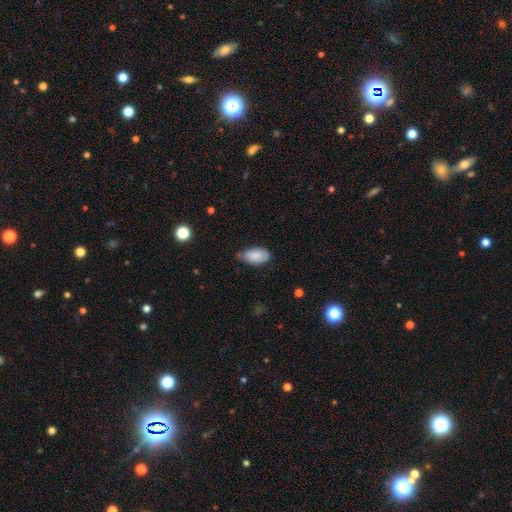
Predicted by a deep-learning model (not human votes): smooth 86%, featured or disk 7%, star or artifact 7%. Down the decision tree: how rounded — in between (94%); merging — none (58%).